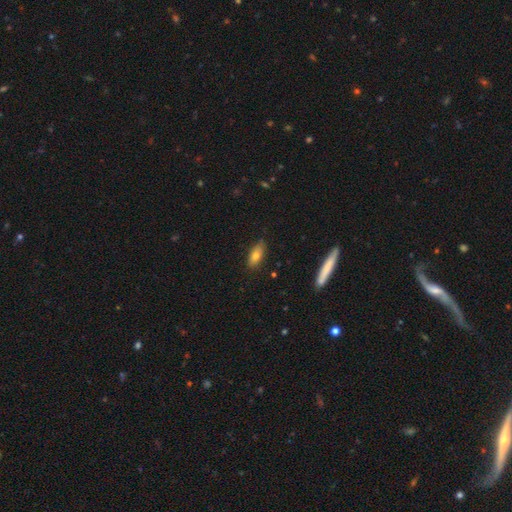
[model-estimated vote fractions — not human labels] A smooth galaxy with no disk features (74%) that is in between round and cigar-shaped (77%).

Vote fractions:
- Smooth or featured? smooth: 74% / featured or disk: 19% / star or artifact: 8%
- How rounded? in between: 77% / cigar-shaped: 19% / round: 4%
- Merging? none: 81% / minor disturbance: 15% / major disturbance: 2% / merger: 2%